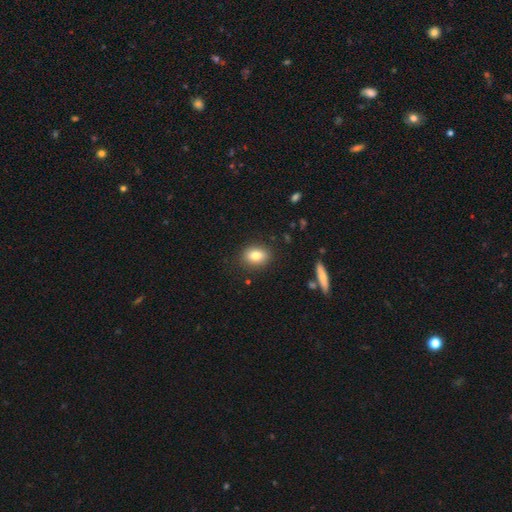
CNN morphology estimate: smooth 80%, featured or disk 10%, star or artifact 9%. Down the decision tree: how rounded — in between (61%); merging — none (87%).